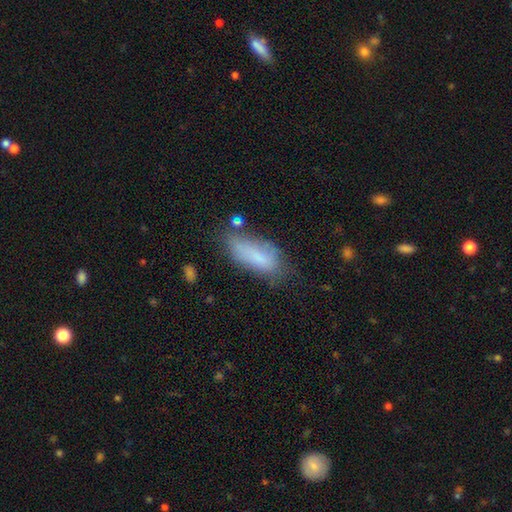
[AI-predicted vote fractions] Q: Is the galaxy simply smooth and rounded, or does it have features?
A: smooth — 76%.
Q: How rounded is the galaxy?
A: in between — 77%.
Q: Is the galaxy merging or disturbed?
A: none — 46%.